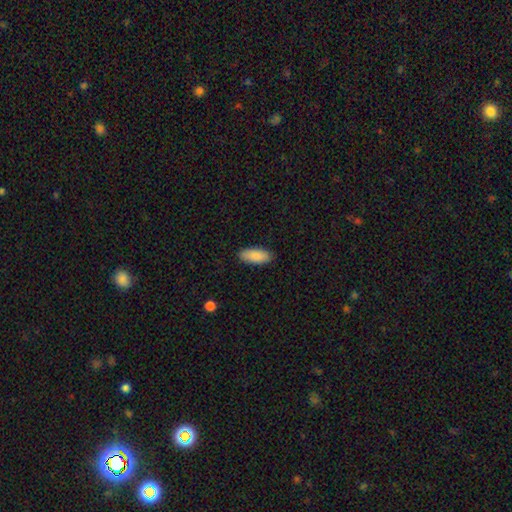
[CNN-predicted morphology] Q: Smooth or featured?
A: smooth (90%); runner-up: star or artifact (6%)
Q: How rounded?
A: in between (82%); runner-up: cigar-shaped (16%)
Q: Merging?
A: none (89%); runner-up: minor disturbance (8%)